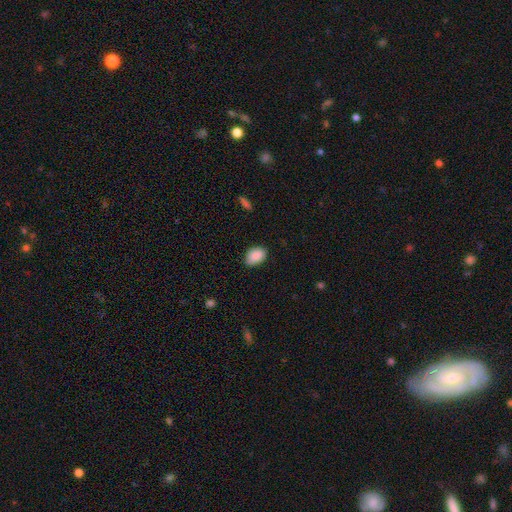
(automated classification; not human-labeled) smooth_or_featured: smooth (p=0.89) [alt: star or artifact p=0.07]
how_rounded: in between (p=0.86) [alt: round p=0.13]
merging: none (p=0.77) [alt: minor disturbance p=0.19]